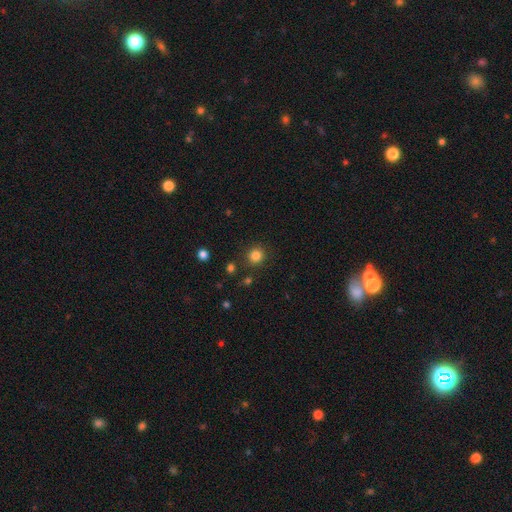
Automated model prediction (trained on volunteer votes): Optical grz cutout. It shows a smooth galaxy with no disk features (84%) that is round (91%). Merging: none (88%).